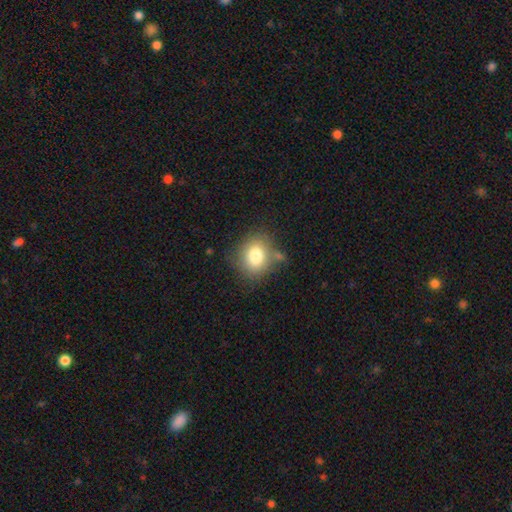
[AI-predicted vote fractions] Q: Smooth or featured?
A: smooth (78%); runner-up: featured or disk (11%)
Q: How rounded?
A: round (68%); runner-up: in between (31%)
Q: Merging?
A: none (72%); runner-up: minor disturbance (16%)